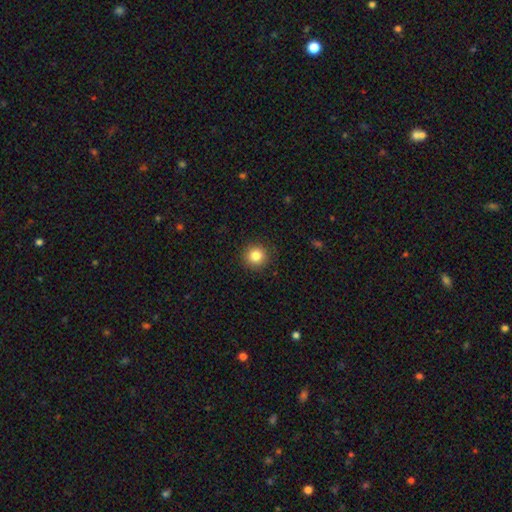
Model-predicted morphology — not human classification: Smooth or featured: smooth — 85% (star or artifact — 10%)
How rounded: round — 94% (in between — 5%)
Merging: none — 91% (minor disturbance — 6%)